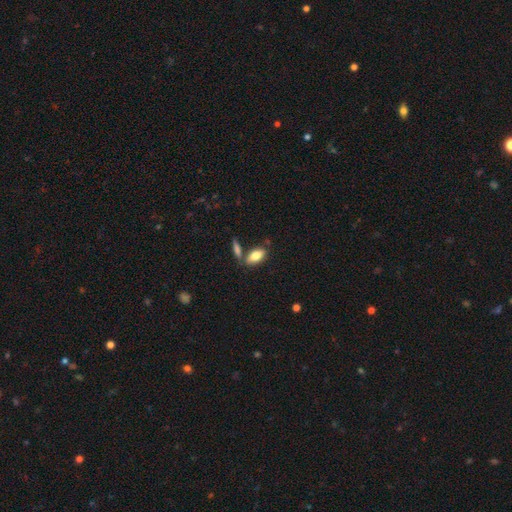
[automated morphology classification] smooth_or_featured: smooth (p=0.79) [alt: featured or disk p=0.15]
how_rounded: in between (p=0.88) [alt: cigar-shaped p=0.09]
merging: none (p=0.67) [alt: merger p=0.18]